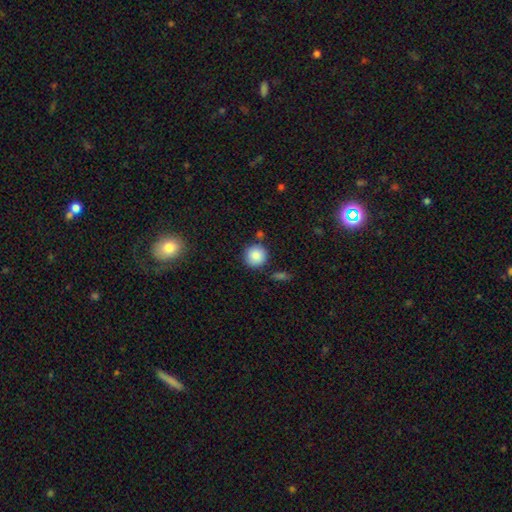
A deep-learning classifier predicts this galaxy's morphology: Smooth or featured: smooth — 85% (star or artifact — 8%)
How rounded: round — 94% (in between — 5%)
Merging: none — 81% (minor disturbance — 10%)